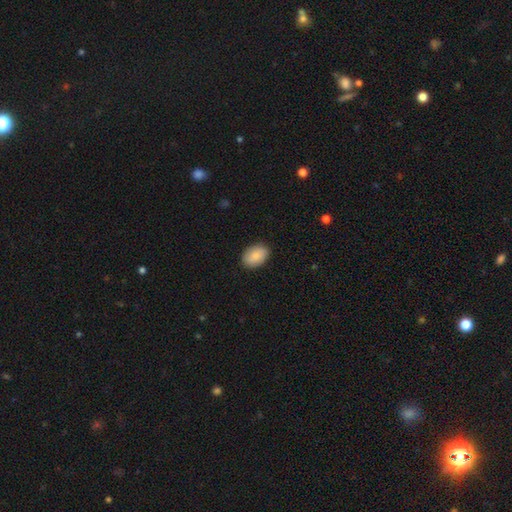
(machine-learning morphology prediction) A smooth galaxy with no disk features (87%) that is in between round and cigar-shaped (85%). Merging: none (89%).